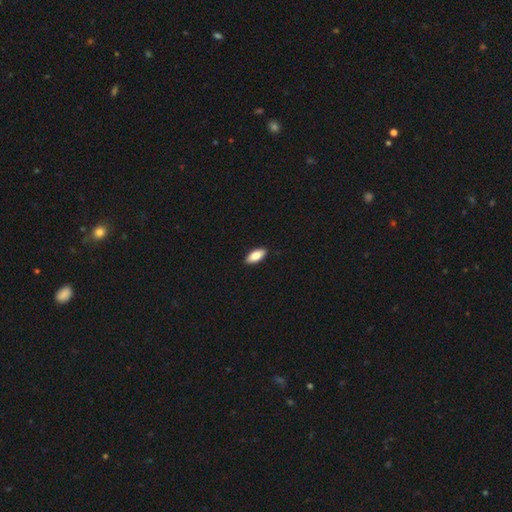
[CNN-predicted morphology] smooth_or_featured: smooth (p=0.85) [alt: featured or disk p=0.09]
how_rounded: in between (p=0.88) [alt: cigar-shaped p=0.10]
merging: none (p=0.90) [alt: minor disturbance p=0.07]